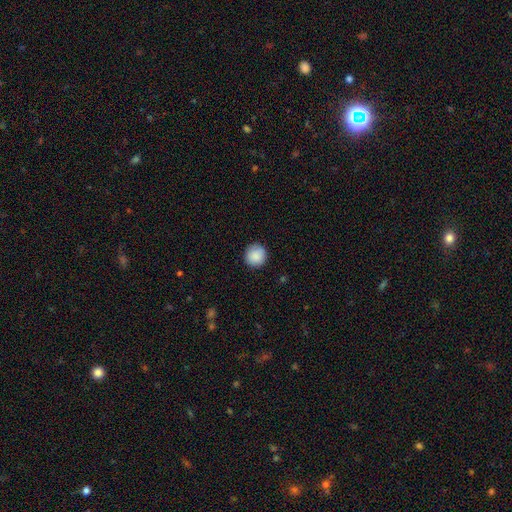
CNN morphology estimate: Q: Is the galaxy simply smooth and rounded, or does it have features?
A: smooth — 89%.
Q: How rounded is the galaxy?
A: round — 94%.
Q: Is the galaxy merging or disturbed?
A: none — 88%.